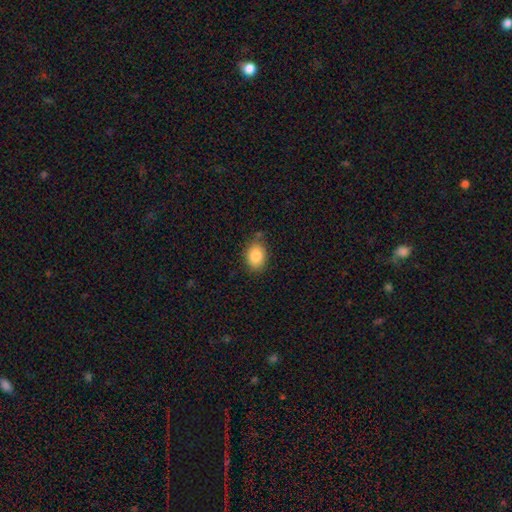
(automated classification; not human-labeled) Overall: smooth (85%). How rounded: in between (65%; round 34%). Merging: none (75%).